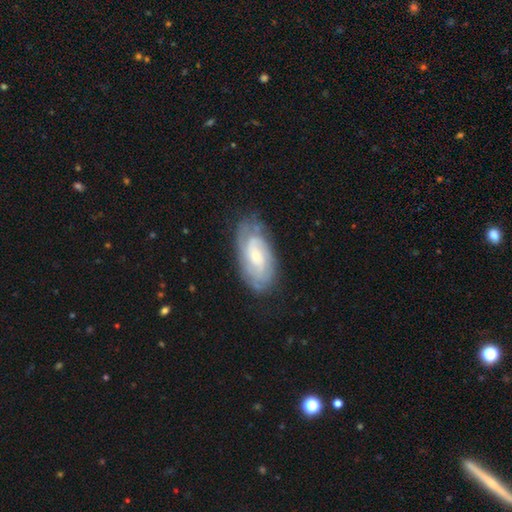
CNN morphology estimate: smooth-or-featured: featured or disk: 74% | smooth: 20% | star or artifact: 6%
  disk-edge-on: no: 94% | yes: 6%
    bar: no: 55% | weak: 38% | strong: 7%
    has-spiral-arms: yes: 92% | no: 8%
      spiral-winding: tight: 62% | medium: 29% | loose: 8%
      spiral-arm-count: can't tell: 41% | 2: 34% | 3: 12% | 4: 6% | 1: 4% | more than 4: 3%
    bulge-size: small: 59% | moderate: 34% | none: 3% | large: 3% | dominant: 1%
  merging: none: 74% | minor disturbance: 19% | major disturbance: 5% | merger: 1%